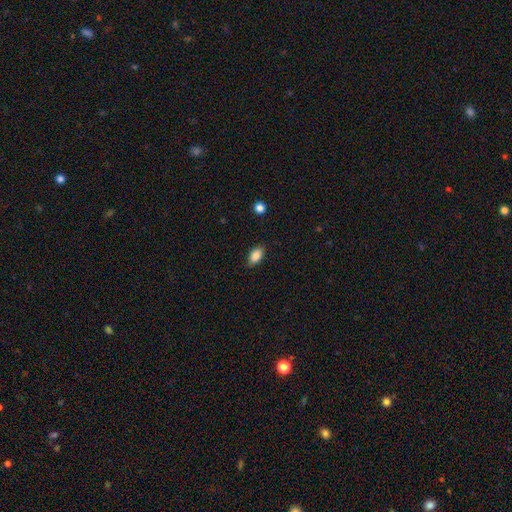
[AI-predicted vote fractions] The model was most divided on "merging": none: 83%, minor disturbance: 13%, major disturbance: 3%, merger: 1%. More confident: how rounded — in between (90%); smooth or featured — smooth (86%).